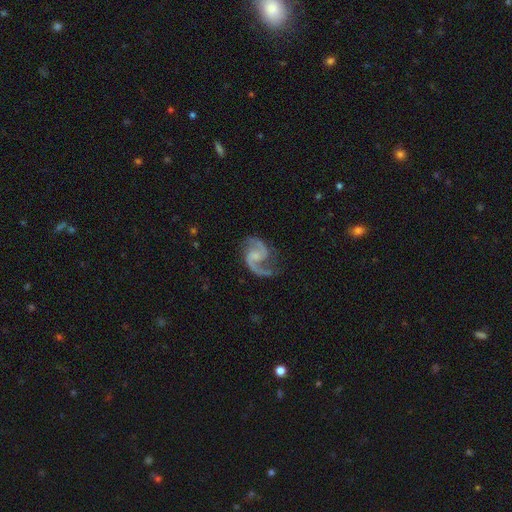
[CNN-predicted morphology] Smooth or featured?
  - featured or disk: 92% *
  - star or artifact: 4%
  - smooth: 4%
Edge-on disk?
  - no: 98% *
  - yes: 2%
Bar?
  - no: 48% *
  - weak: 42%
  - strong: 9%
Spiral arms?
  - yes: 98% *
  - no: 2%
Spiral winding?
  - medium: 52% *
  - loose: 39%
  - tight: 9%
Spiral arm count?
  - 2: 92% *
  - 1: 3%
  - can't tell: 1%
  - 3: 1%
  - 4: 1%
  - more than 4: 1%
Bulge size?
  - small: 37% *
  - none: 35%
  - moderate: 24%
  - large: 3%
  - dominant: 1%
Merging?
  - none: 73% *
  - minor disturbance: 16%
  - major disturbance: 9%
  - merger: 2%